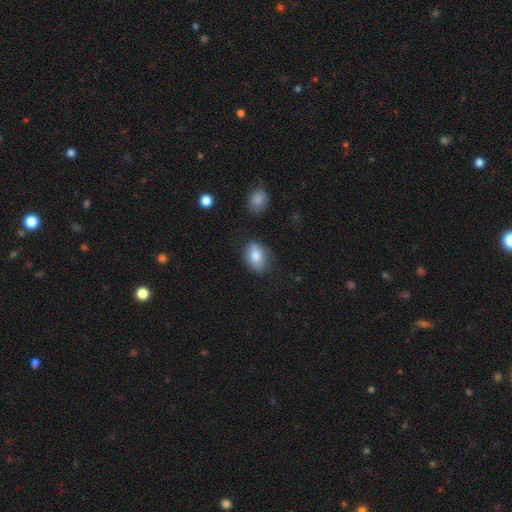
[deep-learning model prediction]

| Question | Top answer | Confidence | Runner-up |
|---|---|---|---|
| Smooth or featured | smooth | 81% | featured or disk (11%) |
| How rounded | in between | 83% | round (15%) |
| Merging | none | 74% | minor disturbance (19%) |